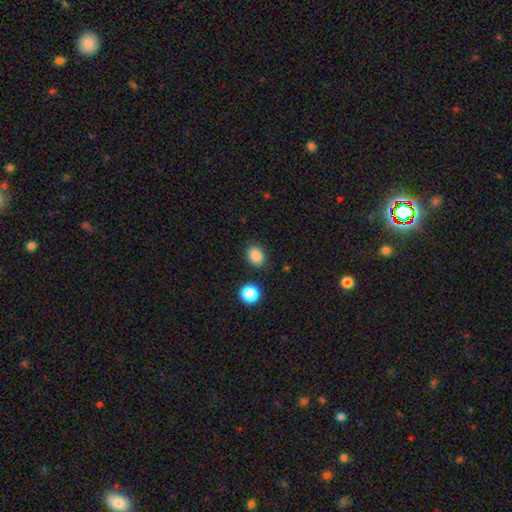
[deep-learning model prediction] Morphology: type=smooth (86%); roundness=in between (57%); merging=none (85%).